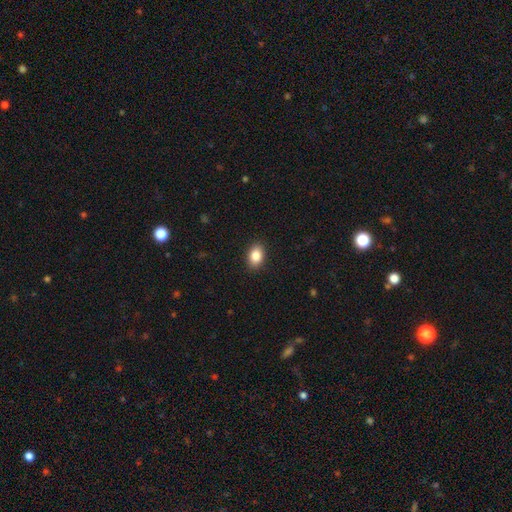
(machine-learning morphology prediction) A smooth galaxy with no disk features (87%) that is in between round and cigar-shaped (82%).

Vote fractions:
- Smooth or featured? smooth: 87% / star or artifact: 8% / featured or disk: 5%
- How rounded? in between: 82% / round: 17% / cigar-shaped: 1%
- Merging? none: 90% / minor disturbance: 8% / major disturbance: 2% / merger: 1%